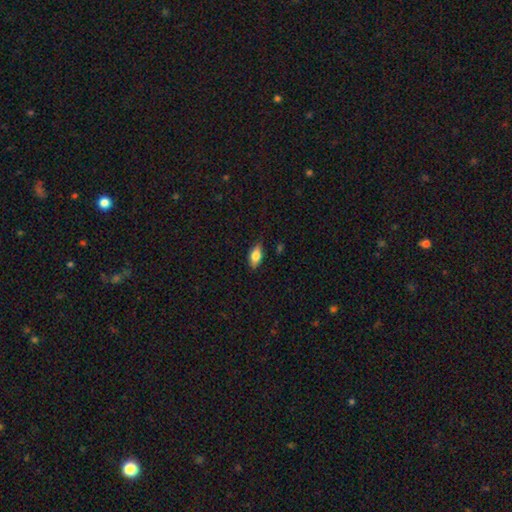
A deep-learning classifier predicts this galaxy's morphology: This is likely a smooth galaxy (72%). How rounded: clearly in between (85%). Merging: clearly none (82%).